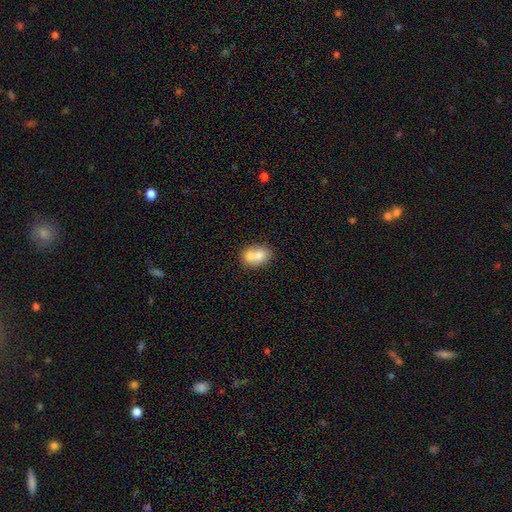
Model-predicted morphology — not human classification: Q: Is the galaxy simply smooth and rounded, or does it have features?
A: smooth — 73%.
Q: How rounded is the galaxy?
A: in between — 63%.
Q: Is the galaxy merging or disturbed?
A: merger — 54%.